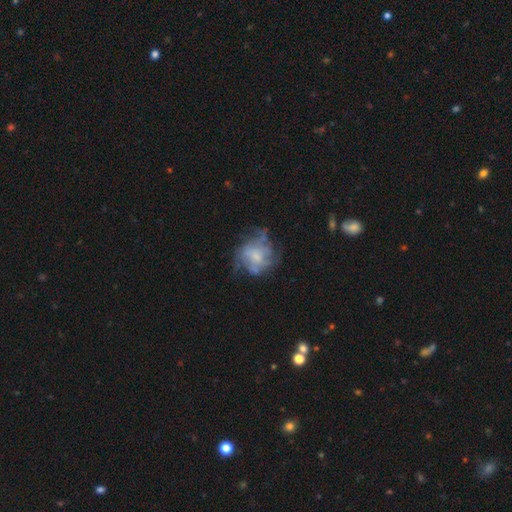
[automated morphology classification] Smooth or featured? Predicted: featured or disk (p=0.58). Edge-on disk? Predicted: no (p=0.98). Bar? Predicted: no (p=0.72). Spiral arms? Predicted: yes (p=0.54). Bulge size? Predicted: small (p=0.43). Merging? Predicted: none (p=0.49).